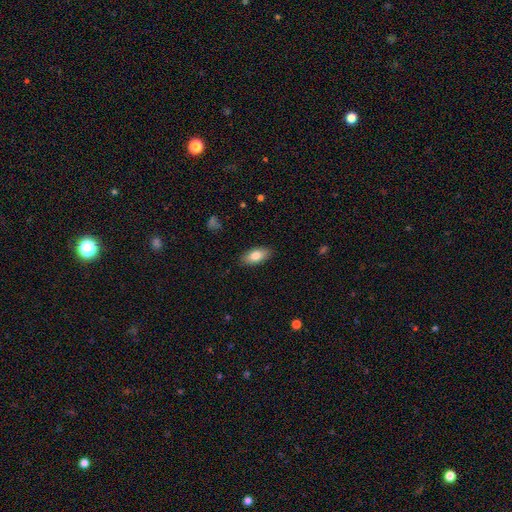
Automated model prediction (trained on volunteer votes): Smooth or featured? smooth (81%)
How rounded? in between (90%)
Merging? none (87%)